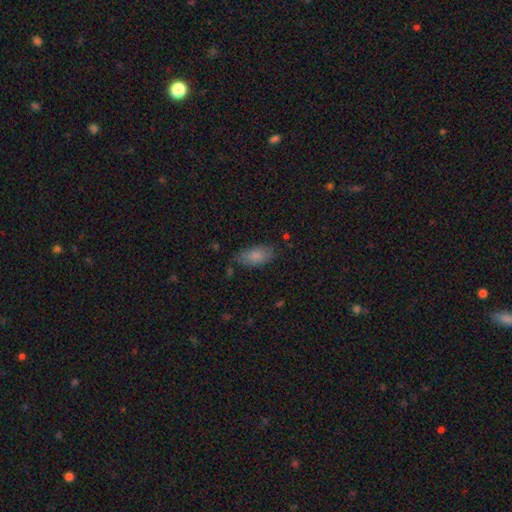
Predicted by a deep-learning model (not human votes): Smooth or featured?
  - smooth: 83% *
  - featured or disk: 10%
  - star or artifact: 8%
How rounded?
  - in between: 89% *
  - cigar-shaped: 8%
  - round: 3%
Merging?
  - none: 75% *
  - minor disturbance: 18%
  - major disturbance: 4%
  - merger: 2%